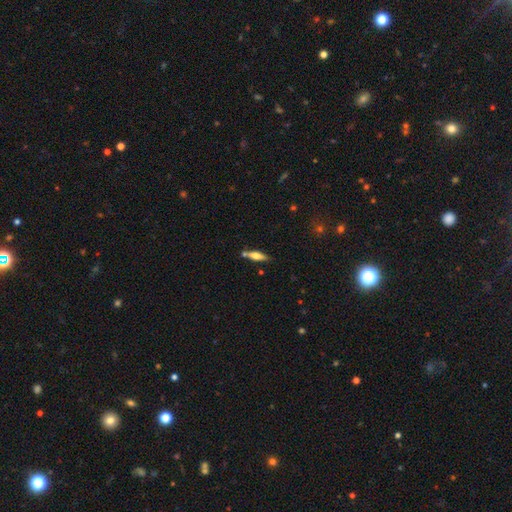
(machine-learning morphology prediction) A smooth galaxy with no disk features (52%) that is cigar-shaped (56%). Merging: none (70%).